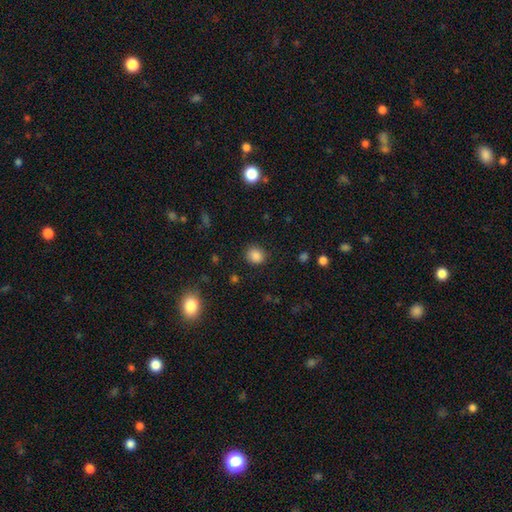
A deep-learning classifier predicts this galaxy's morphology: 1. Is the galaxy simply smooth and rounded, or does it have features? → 85% smooth, 11% star or artifact, 4% featured or disk.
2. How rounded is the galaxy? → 79% round, 20% in between, 1% cigar-shaped.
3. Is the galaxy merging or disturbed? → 86% none, 10% minor disturbance, 3% major disturbance, 1% merger.